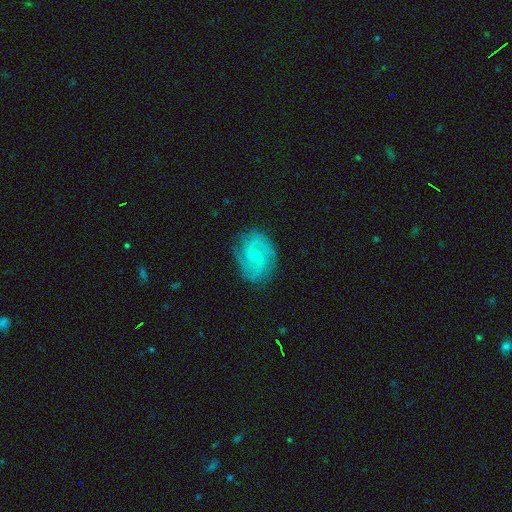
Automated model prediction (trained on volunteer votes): A featured or disk galaxy (79%) with no bar (50%), 2 (55%) medium (48%) spiral arms (95%) and a small central bulge (68%).

Vote fractions:
- Smooth or featured? featured or disk: 79% / smooth: 15% / star or artifact: 6%
- Edge-on disk? no: 98% / yes: 2%
- Bar? no: 50% / weak: 43% / strong: 7%
- Spiral arms? yes: 95% / no: 5%
- Spiral winding? medium: 48% / tight: 33% / loose: 19%
- Spiral arm count? 2: 55% / 3: 19% / can't tell: 15% / 4: 5% / 1: 4% / more than 4: 3%
- Bulge size? small: 68% / moderate: 27% / none: 3% / large: 1% / dominant: 1%
- Merging? none: 79% / minor disturbance: 16% / major disturbance: 5% / merger: 1%